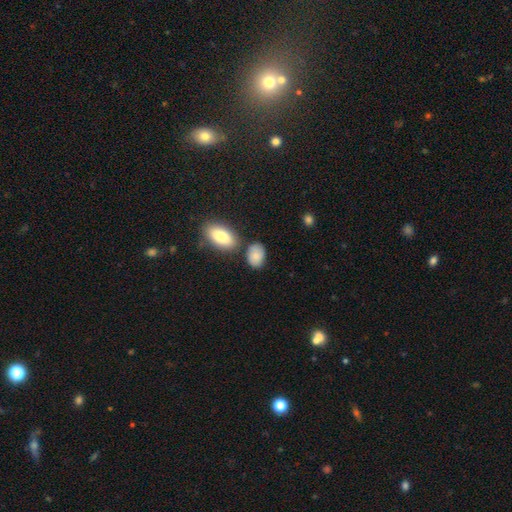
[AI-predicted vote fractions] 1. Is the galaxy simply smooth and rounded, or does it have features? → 82% smooth, 10% featured or disk, 8% star or artifact.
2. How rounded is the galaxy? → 82% in between, 16% round, 2% cigar-shaped.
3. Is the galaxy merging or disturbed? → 63% none, 19% minor disturbance, 13% merger, 5% major disturbance.